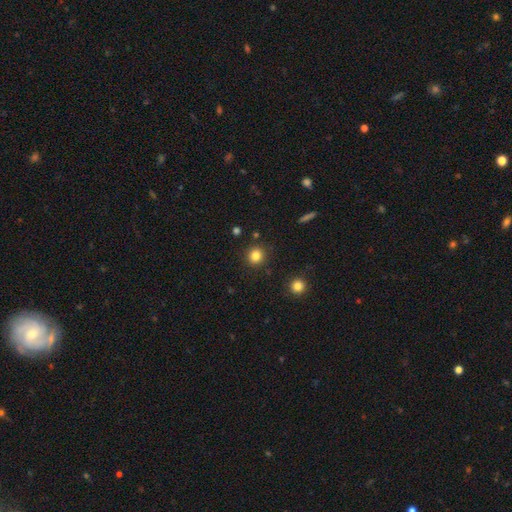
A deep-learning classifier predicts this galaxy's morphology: A smooth galaxy with no disk features (82%) that is round (91%). Merging: none (89%).